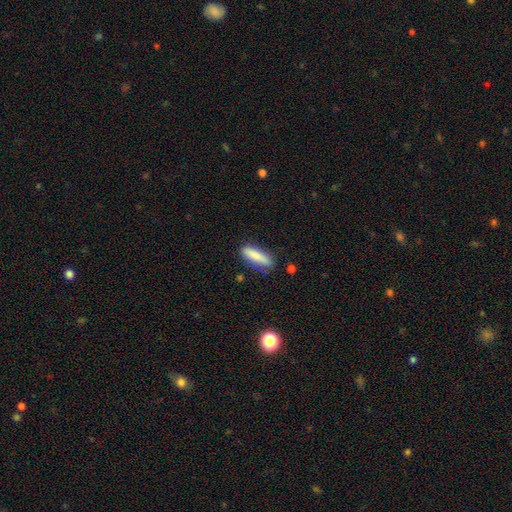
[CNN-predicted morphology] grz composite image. It shows a smooth galaxy with no disk features (84%) that is cigar-shaped (54%). Merging: none (75%).